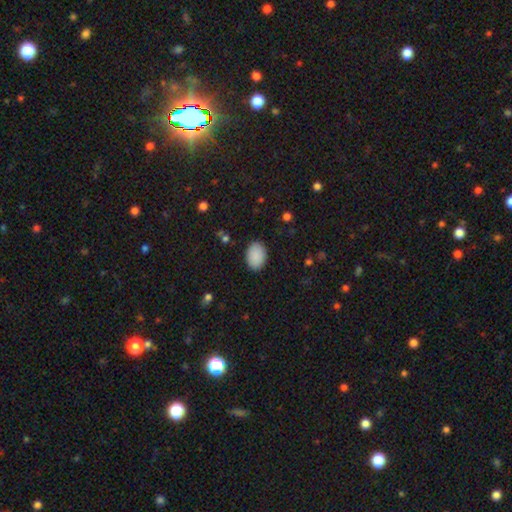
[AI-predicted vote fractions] This appears to be a smooth galaxy with no disk features (90%) that is in between round and cigar-shaped (80%). Merging: none (88%).